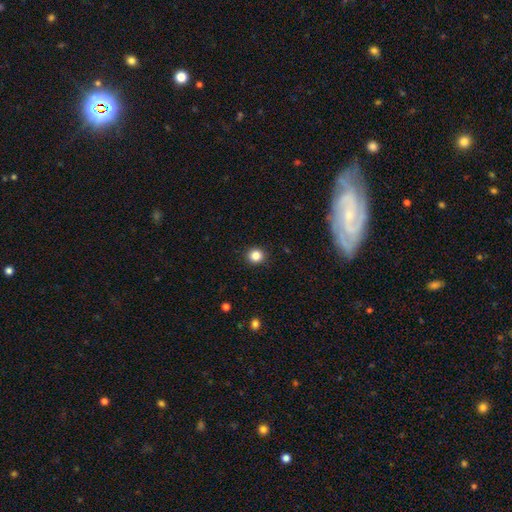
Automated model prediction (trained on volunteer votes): Smooth or featured? Predicted: smooth (p=0.84). How rounded? Predicted: round (p=0.91). Merging? Predicted: none (p=0.92).